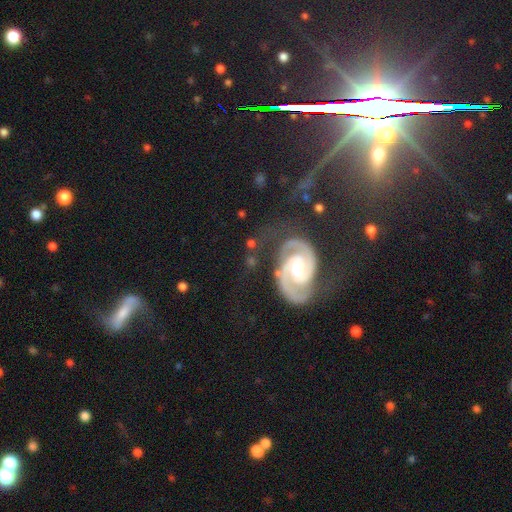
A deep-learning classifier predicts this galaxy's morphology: The model was most divided on "spiral winding": medium: 46%, tight: 43%, loose: 11%. Remaining: edge-on disk — no (97%); spiral arms — yes (96%); spiral arm count — 2 (88%); smooth or featured — featured or disk (85%); merging — none (66%); bulge size — moderate (58%); bar — no (44%).